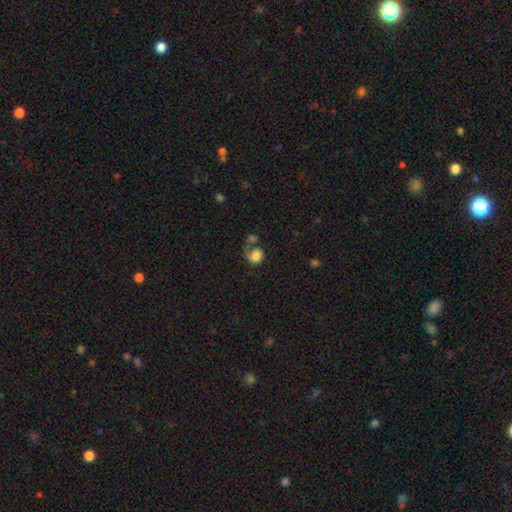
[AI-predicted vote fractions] Smooth or featured: smooth — 75% (featured or disk — 16%)
How rounded: round — 73% (in between — 27%)
Merging: none — 33% (major disturbance — 25%)